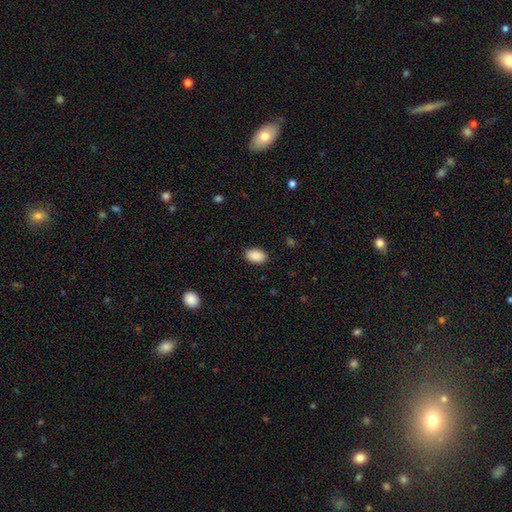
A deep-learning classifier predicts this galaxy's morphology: smooth-or-featured: smooth: 90% | star or artifact: 7% | featured or disk: 3%
  how-rounded: in between: 92% | round: 7% | cigar-shaped: 1%
  merging: none: 88% | minor disturbance: 8% | major disturbance: 2% | merger: 1%